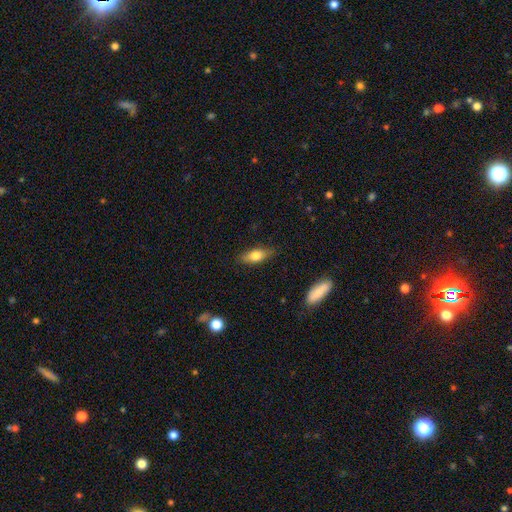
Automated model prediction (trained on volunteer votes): A smooth galaxy with no disk features (72%) that is in between round and cigar-shaped (73%). Merging: none (81%).